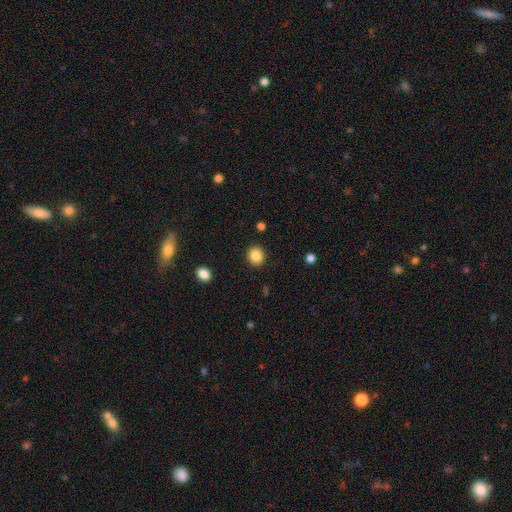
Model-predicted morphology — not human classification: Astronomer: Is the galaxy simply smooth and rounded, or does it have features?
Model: smooth — 86%.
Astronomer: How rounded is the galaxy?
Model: round — 82%.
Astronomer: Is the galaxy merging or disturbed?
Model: none — 91%.